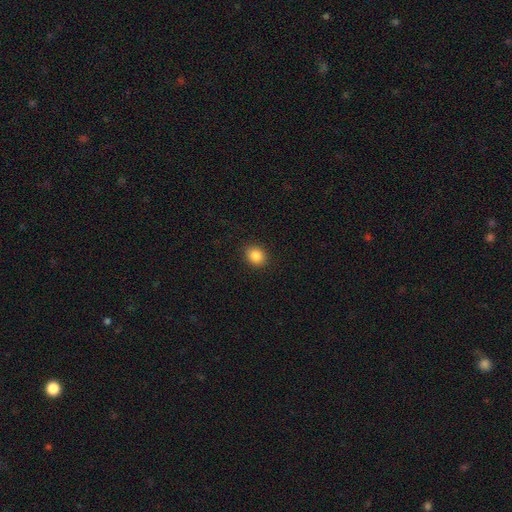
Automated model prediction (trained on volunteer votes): smooth_or_featured: smooth (p=0.86) [alt: star or artifact p=0.10]
how_rounded: round (p=0.68) [alt: in between p=0.31]
merging: none (p=0.90) [alt: minor disturbance p=0.07]